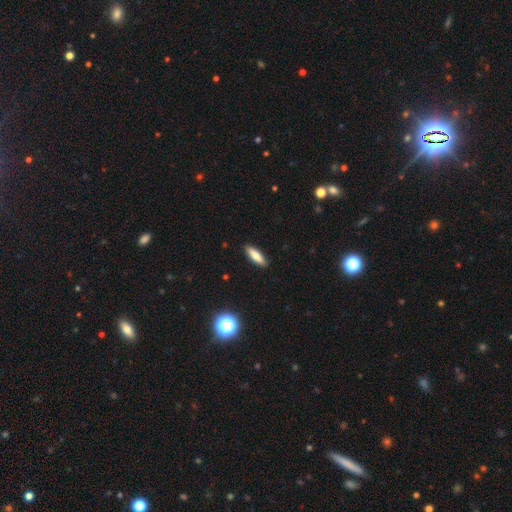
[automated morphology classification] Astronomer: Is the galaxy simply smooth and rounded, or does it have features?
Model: smooth — 78%.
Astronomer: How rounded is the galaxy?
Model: cigar-shaped — 58% (runner-up: in between, 40%).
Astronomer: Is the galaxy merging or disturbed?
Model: none — 90%.